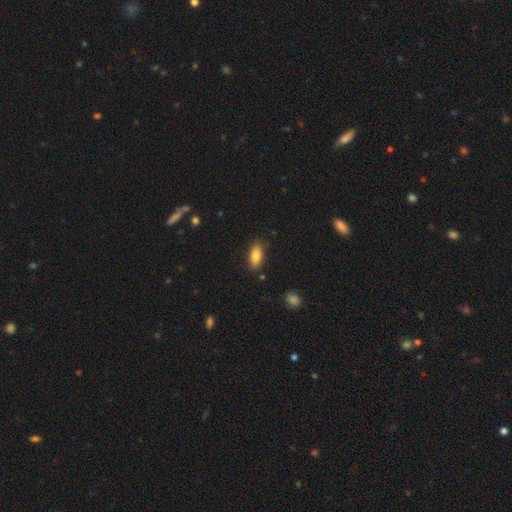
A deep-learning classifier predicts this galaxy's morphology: This appears to be a smooth galaxy with no disk features (84%) that is in between round and cigar-shaped (84%). Merging: none (85%).